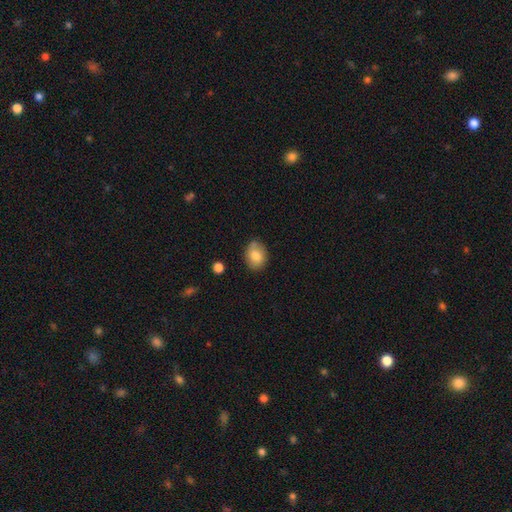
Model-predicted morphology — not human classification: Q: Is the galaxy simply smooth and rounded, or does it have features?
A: smooth — 78%.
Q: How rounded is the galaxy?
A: in between — 58%.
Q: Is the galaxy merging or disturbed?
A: none — 75%.